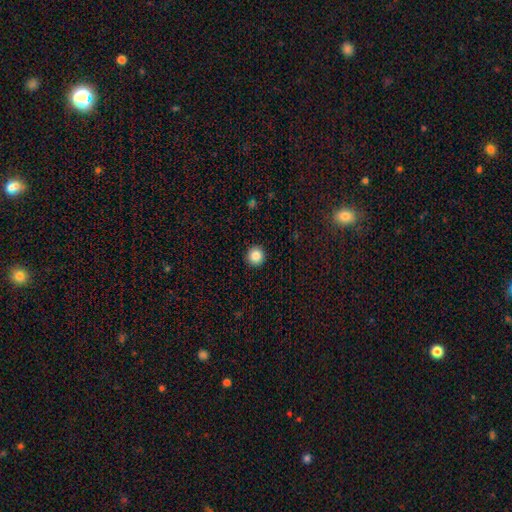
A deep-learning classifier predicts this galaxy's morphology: A smooth galaxy with no disk features (86%) that is round (95%). Merging: none (93%).